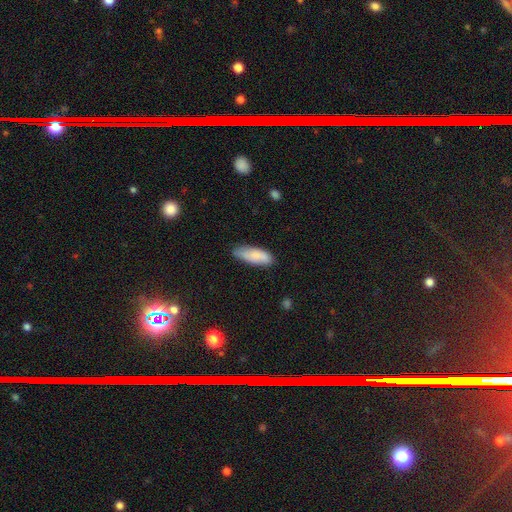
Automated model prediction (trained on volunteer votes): Smooth or featured: smooth — 81% (featured or disk — 13%)
How rounded: in between — 67% (cigar-shaped — 31%)
Merging: none — 77% (minor disturbance — 18%)